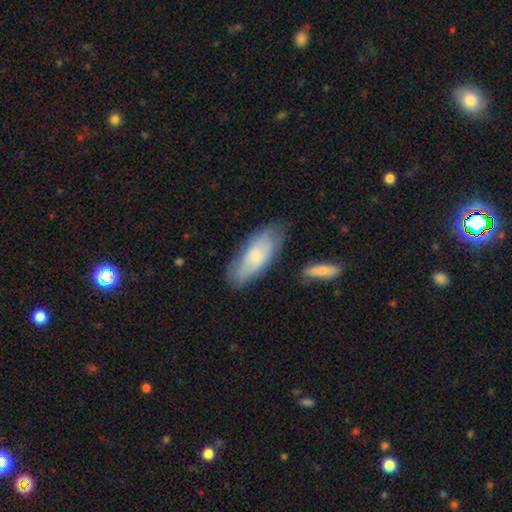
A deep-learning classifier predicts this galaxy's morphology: A smooth galaxy with no disk features (69%) that is in between round and cigar-shaped (78%). Merging: none (69%).